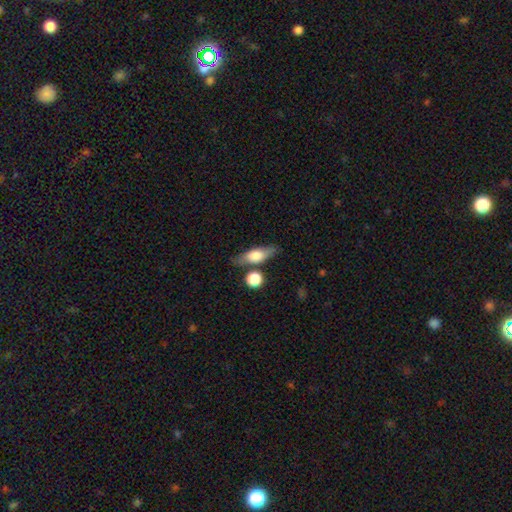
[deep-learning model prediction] Smooth or featured?
  - smooth: 59% *
  - featured or disk: 33%
  - star or artifact: 7%
How rounded?
  - in between: 55% *
  - cigar-shaped: 38%
  - round: 7%
Merging?
  - none: 70% *
  - minor disturbance: 14%
  - merger: 11%
  - major disturbance: 5%